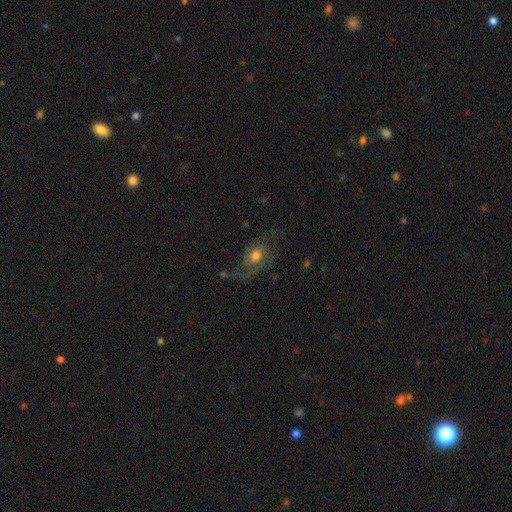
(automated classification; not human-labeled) smooth_or_featured: featured or disk (p=0.69) [alt: smooth p=0.23]
disk_edge_on: no (p=0.96) [alt: yes p=0.04]
bar: no (p=0.71) [alt: weak p=0.25]
has_spiral_arms: yes (p=0.88) [alt: no p=0.12]
spiral_winding: loose (p=0.41) [alt: medium p=0.40]
spiral_arm_count: 2 (p=0.67) [alt: 1 p=0.17]
bulge_size: moderate (p=0.67) [alt: small p=0.16]
merging: none (p=0.51) [alt: major disturbance p=0.25]